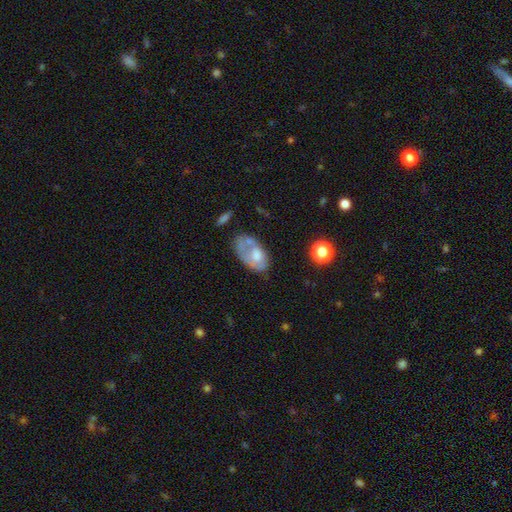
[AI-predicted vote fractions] Smooth or featured: smooth — 50% (featured or disk — 42%)
How rounded: in between — 90% (round — 8%)
Merging: none — 35% (minor disturbance — 27%)